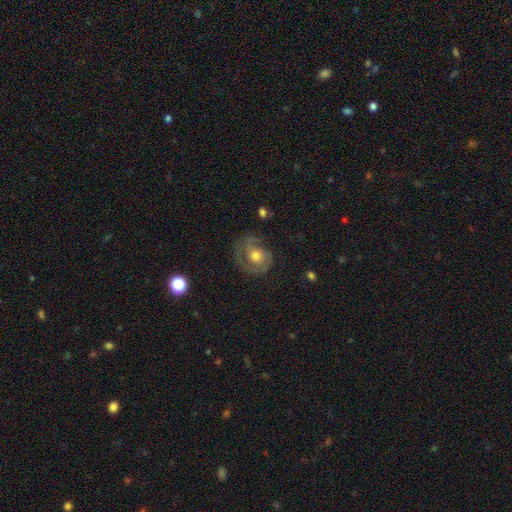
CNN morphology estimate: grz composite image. It shows a featured or disk galaxy (65%) with no bar (76%), 2 (46%) tight (43%) spiral arms (85%) and a moderate central bulge (68%). Merging: none (58%).